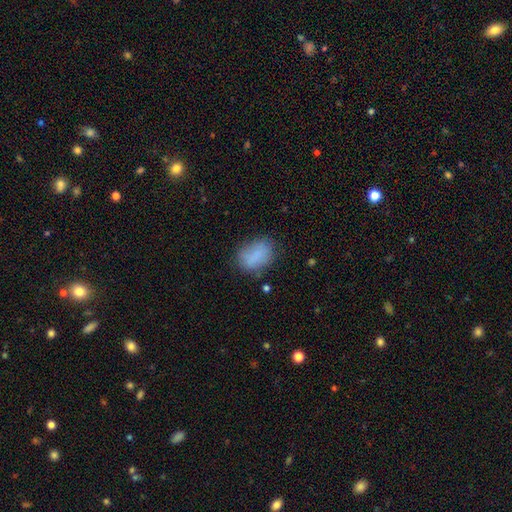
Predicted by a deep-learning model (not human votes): smooth-or-featured: smooth: 80% | featured or disk: 11% | star or artifact: 9%
  how-rounded: in between: 80% | round: 18% | cigar-shaped: 2%
  merging: none: 66% | minor disturbance: 23% | major disturbance: 8% | merger: 4%